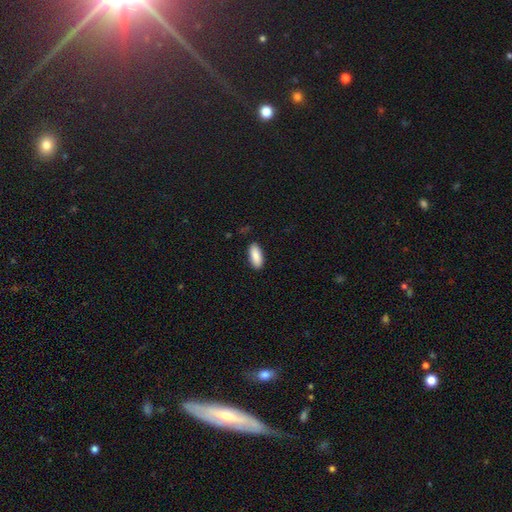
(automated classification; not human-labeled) The model was most divided on "how rounded": in between: 84%, cigar-shaped: 14%, round: 2%. More confident: smooth or featured — smooth (89%); merging — none (88%).